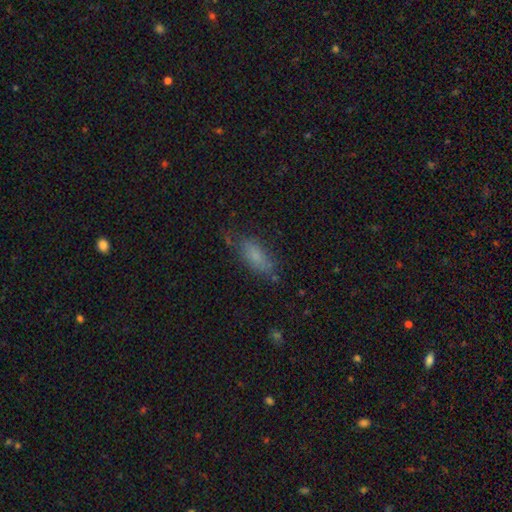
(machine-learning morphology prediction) Smooth or featured? smooth (76%)
How rounded? in between (74%)
Merging? none (61%)